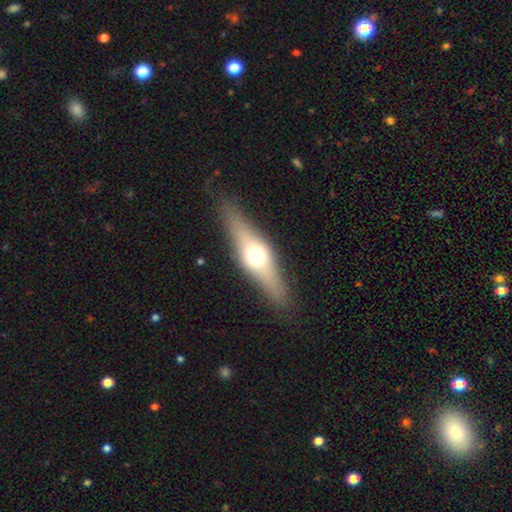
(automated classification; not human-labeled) A featured or disk galaxy (50%). Merging: none (86%).